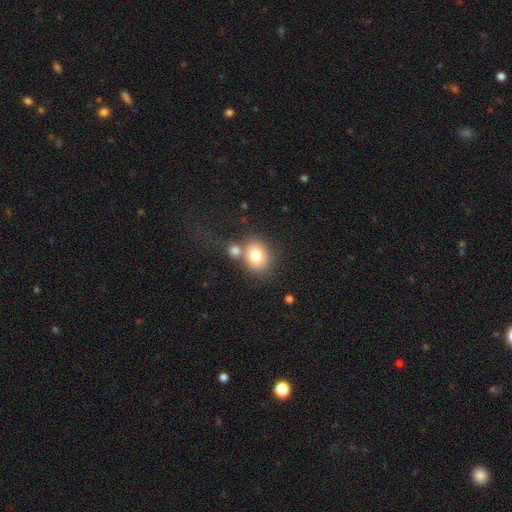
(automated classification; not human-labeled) Smooth or featured?
  - smooth: 77% *
  - featured or disk: 12%
  - star or artifact: 10%
How rounded?
  - round: 57% *
  - in between: 42%
  - cigar-shaped: 1%
Merging?
  - none: 52% *
  - merger: 32%
  - minor disturbance: 11%
  - major disturbance: 5%